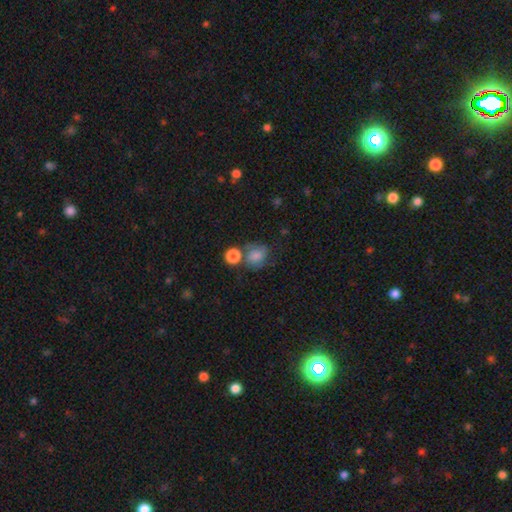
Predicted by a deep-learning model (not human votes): smooth-or-featured: smooth: 77% | featured or disk: 13% | star or artifact: 11%
  how-rounded: round: 59% | in between: 40% | cigar-shaped: 1%
  merging: none: 45% | merger: 23% | minor disturbance: 21% | major disturbance: 11%